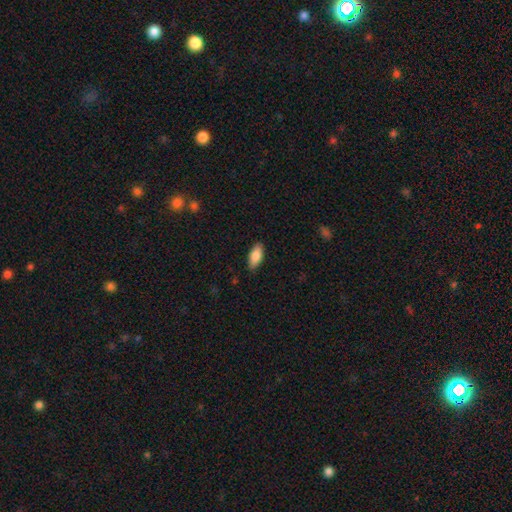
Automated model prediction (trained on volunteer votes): Morphology: type=smooth (84%); roundness=in between (85%); merging=none (87%).